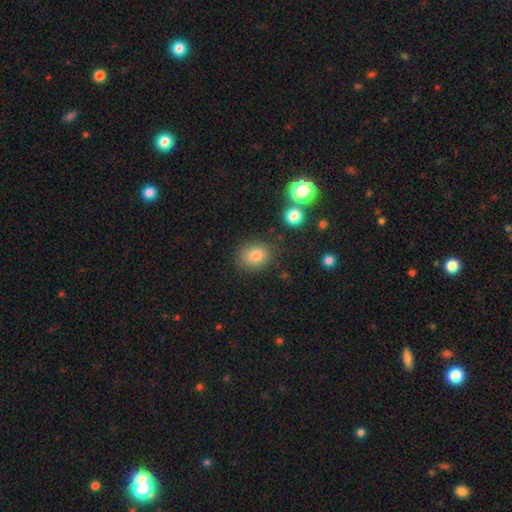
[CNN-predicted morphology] A smooth galaxy with no disk features (82%) that is round (52%). Merging: none (81%).